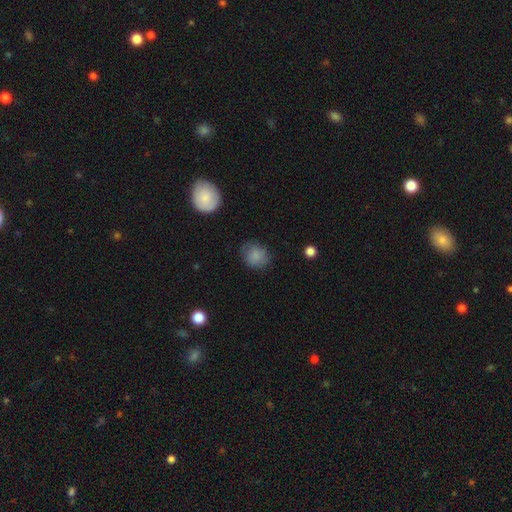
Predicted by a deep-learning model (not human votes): Q: Smooth or featured?
A: smooth (82%); runner-up: featured or disk (9%)
Q: How rounded?
A: round (71%); runner-up: in between (28%)
Q: Merging?
A: none (72%); runner-up: minor disturbance (20%)